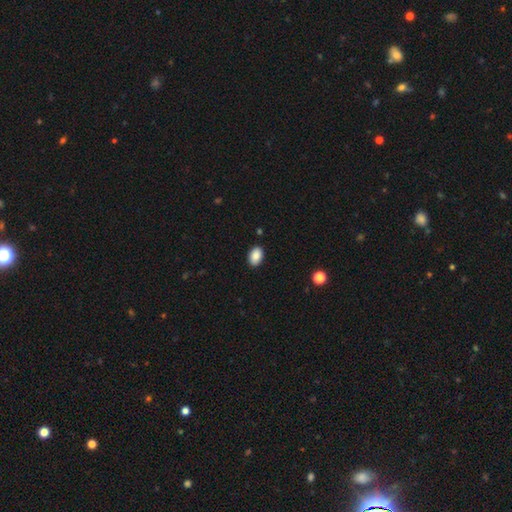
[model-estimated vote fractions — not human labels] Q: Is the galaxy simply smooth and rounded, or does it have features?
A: smooth — 88%.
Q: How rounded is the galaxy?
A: in between — 88%.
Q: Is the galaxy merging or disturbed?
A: none — 89%.